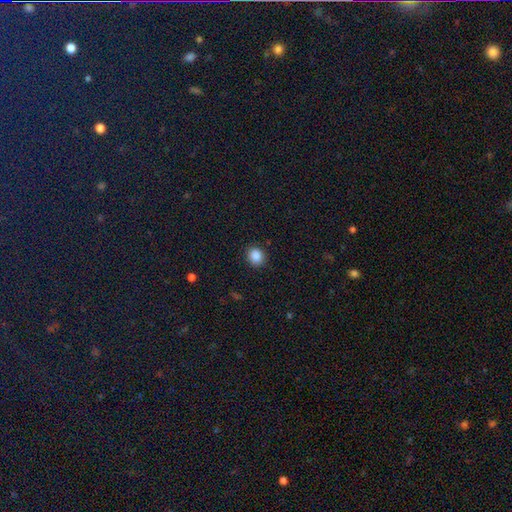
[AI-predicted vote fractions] The model was most divided on "how rounded": round: 70%, in between: 29%, cigar-shaped: 1%. More confident: merging — none (90%); smooth or featured — smooth (87%).